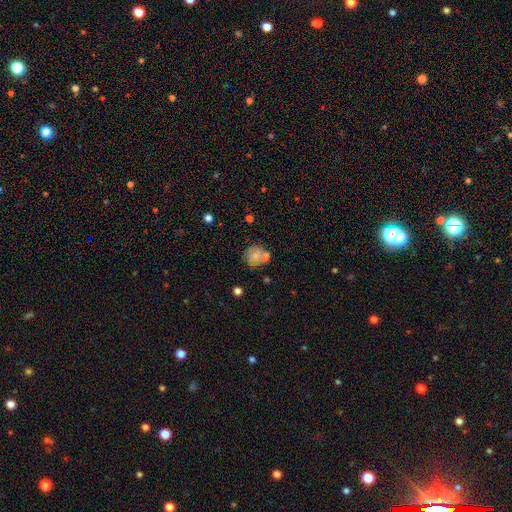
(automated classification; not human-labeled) smooth_or_featured: smooth (p=0.53) [alt: featured or disk p=0.37]
how_rounded: round (p=0.71) [alt: in between p=0.28]
merging: none (p=0.55) [alt: minor disturbance p=0.21]